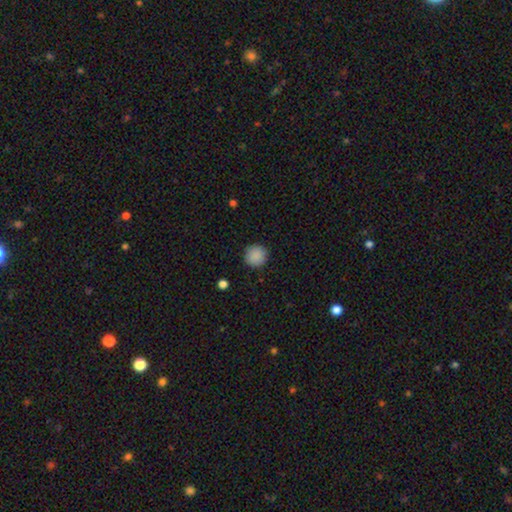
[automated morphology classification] Q: Smooth or featured?
A: smooth (89%); runner-up: star or artifact (9%)
Q: How rounded?
A: round (95%); runner-up: in between (4%)
Q: Merging?
A: none (91%); runner-up: minor disturbance (6%)